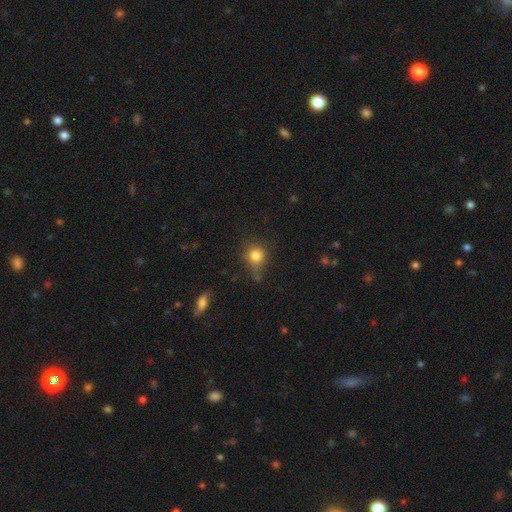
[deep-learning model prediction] Smooth or featured? Predicted: smooth (p=0.81). How rounded? Predicted: round (p=0.82). Merging? Predicted: none (p=0.62).